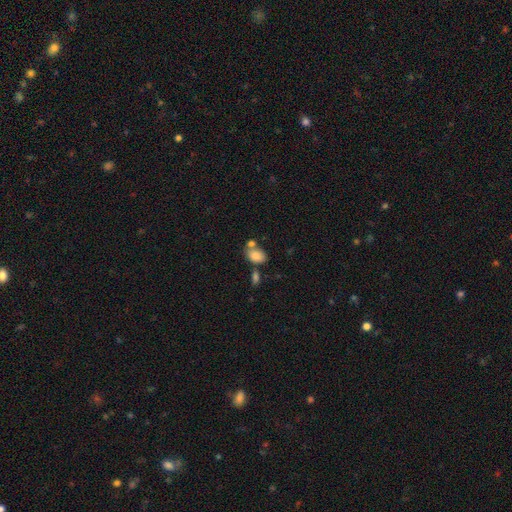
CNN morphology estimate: A smooth galaxy with no disk features (83%) that is in between round and cigar-shaped (81%).

Vote fractions:
- Smooth or featured? smooth: 83% / star or artifact: 9% / featured or disk: 8%
- How rounded? in between: 81% / round: 17% / cigar-shaped: 1%
- Merging? none: 50% / merger: 31% / minor disturbance: 14% / major disturbance: 5%